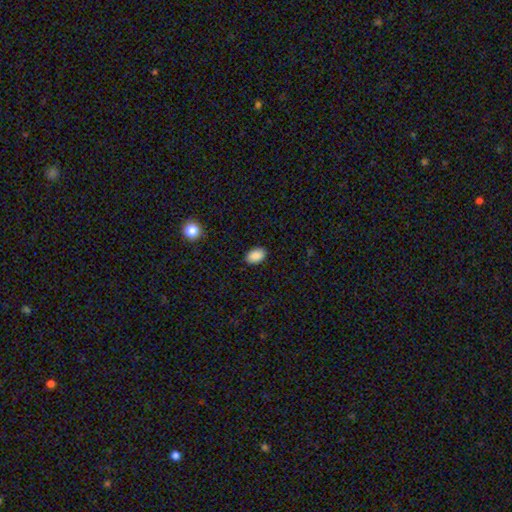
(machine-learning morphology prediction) Smooth or featured? smooth (89%)
How rounded? in between (88%)
Merging? none (87%)